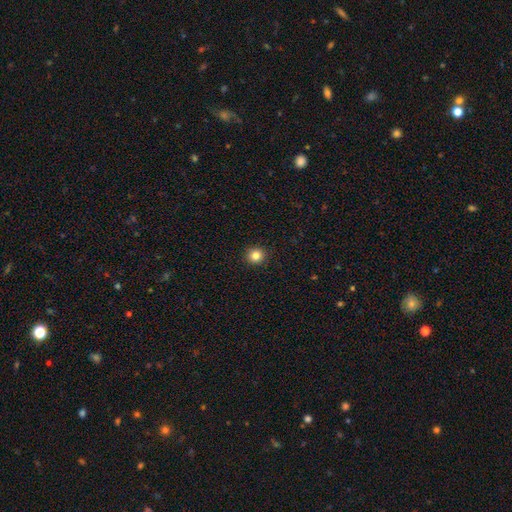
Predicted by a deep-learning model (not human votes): A smooth galaxy with no disk features (84%) that is round (91%). Merging: none (93%).